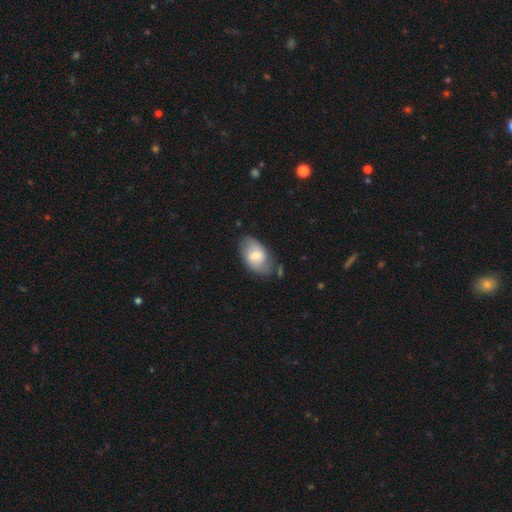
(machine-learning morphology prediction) Smooth or featured? smooth (57%)
How rounded? in between (92%)
Merging? none (65%)